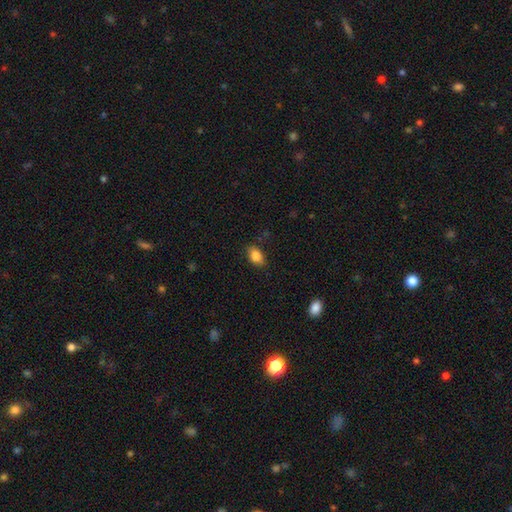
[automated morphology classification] A smooth galaxy with no disk features (86%) that is in between round and cigar-shaped (85%). Merging: none (80%).